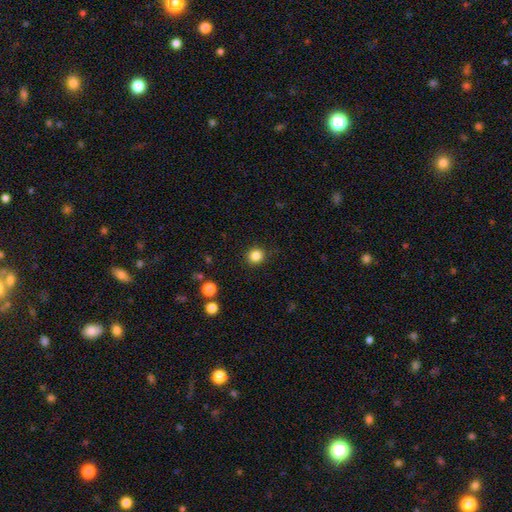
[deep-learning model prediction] Smooth or featured? smooth (83%)
How rounded? round (89%)
Merging? none (90%)